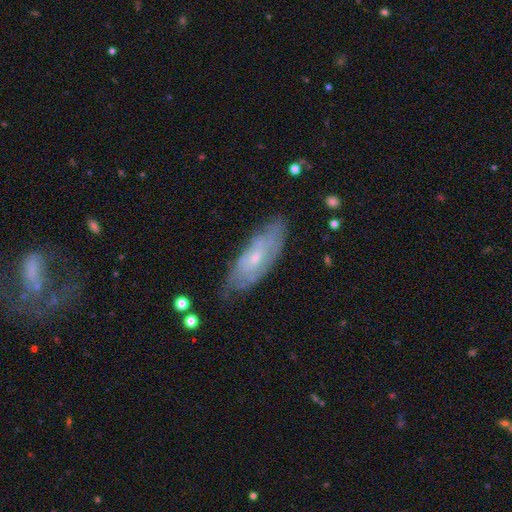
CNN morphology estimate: Smooth or featured: featured or disk — 60% (smooth — 28%)
Edge-on disk: no — 74% (yes — 26%)
Merging: none — 77% (minor disturbance — 17%)